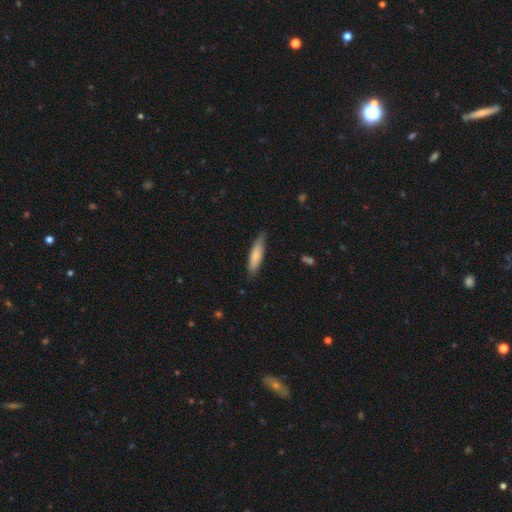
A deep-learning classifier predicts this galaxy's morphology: type=smooth (78%); roundness=cigar-shaped (74%); merging=none (77%).